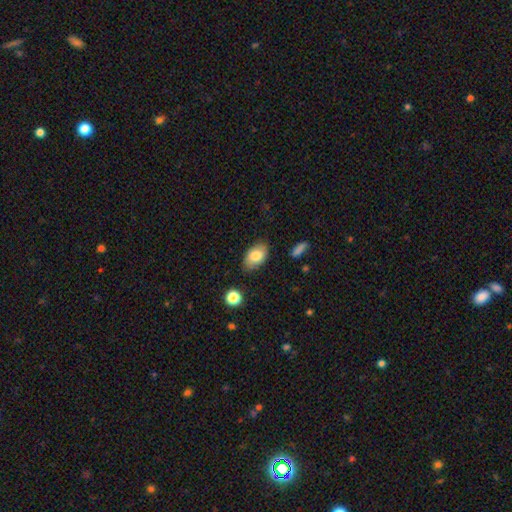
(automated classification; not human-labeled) smooth-or-featured: smooth: 80% | featured or disk: 13% | star or artifact: 7%
  how-rounded: in between: 91% | round: 8% | cigar-shaped: 1%
  merging: none: 82% | minor disturbance: 14% | major disturbance: 3% | merger: 2%